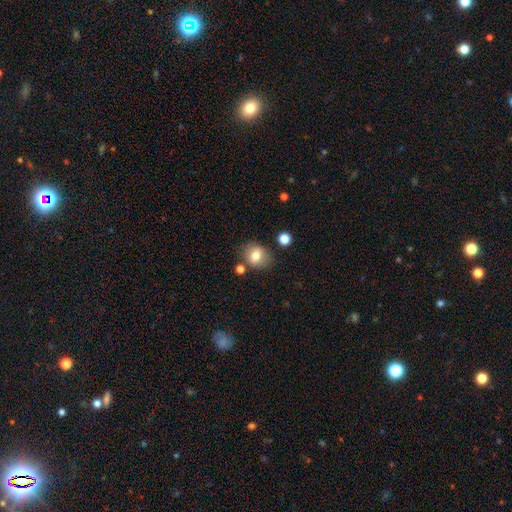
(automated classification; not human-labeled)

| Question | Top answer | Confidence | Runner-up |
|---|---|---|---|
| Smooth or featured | smooth | 76% | featured or disk (14%) |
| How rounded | round | 63% | in between (36%) |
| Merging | none | 74% | minor disturbance (14%) |